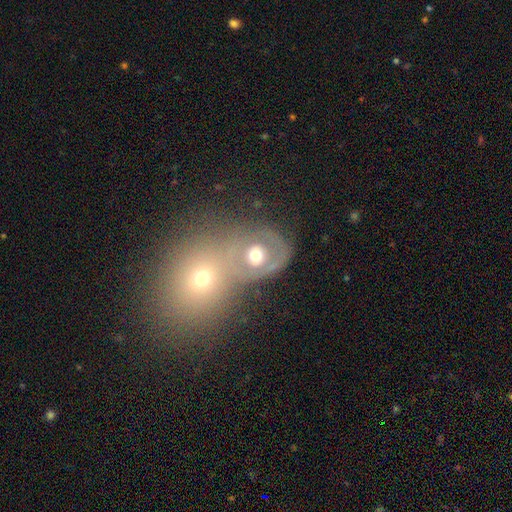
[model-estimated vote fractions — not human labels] Smooth or featured? smooth (51%)
How rounded? round (59%)
Merging? merger (58%)